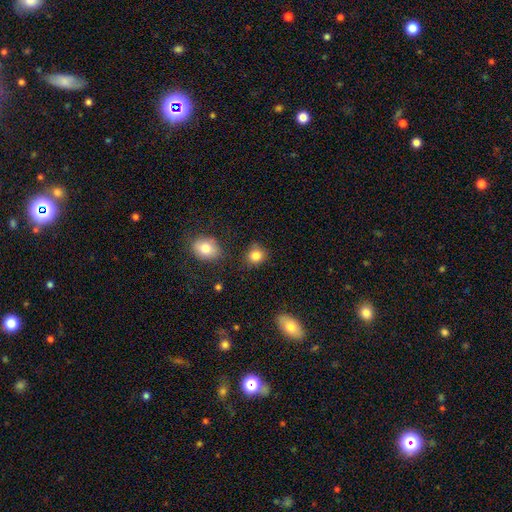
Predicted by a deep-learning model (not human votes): Smooth or featured: smooth — 85% (star or artifact — 10%)
How rounded: round — 79% (in between — 20%)
Merging: none — 79% (minor disturbance — 14%)